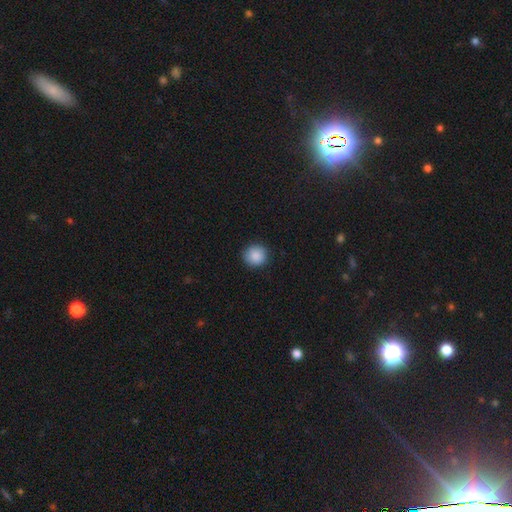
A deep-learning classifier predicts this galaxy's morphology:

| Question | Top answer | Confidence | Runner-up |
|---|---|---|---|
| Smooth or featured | smooth | 88% | star or artifact (8%) |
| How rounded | round | 92% | in between (7%) |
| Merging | none | 90% | minor disturbance (7%) |